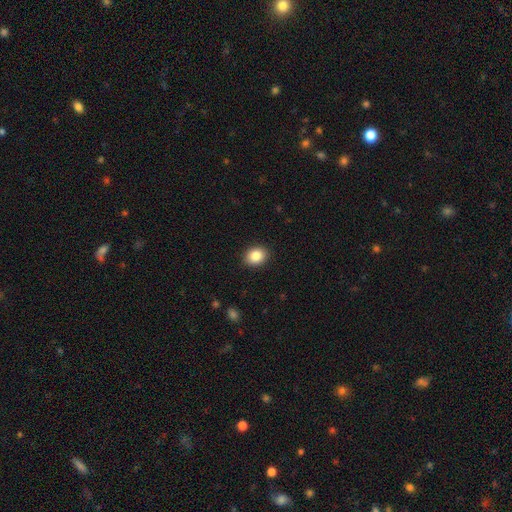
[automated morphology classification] smooth_or_featured: smooth (p=0.85) [alt: star or artifact p=0.09]
how_rounded: in between (p=0.50) [alt: round p=0.49]
merging: none (p=0.90) [alt: minor disturbance p=0.07]